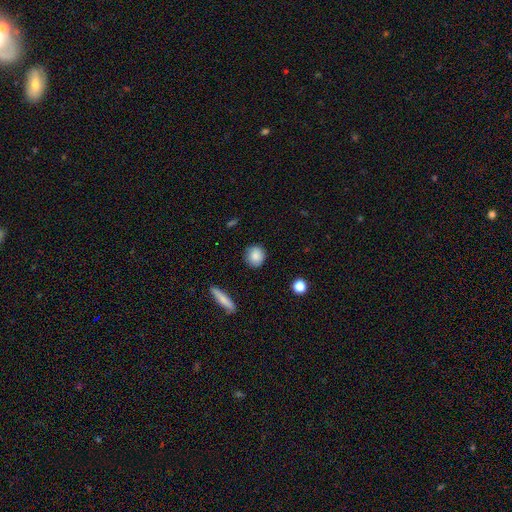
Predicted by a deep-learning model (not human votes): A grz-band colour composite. It shows a smooth galaxy with no disk features (86%) that is round (83%). Merging: none (87%).